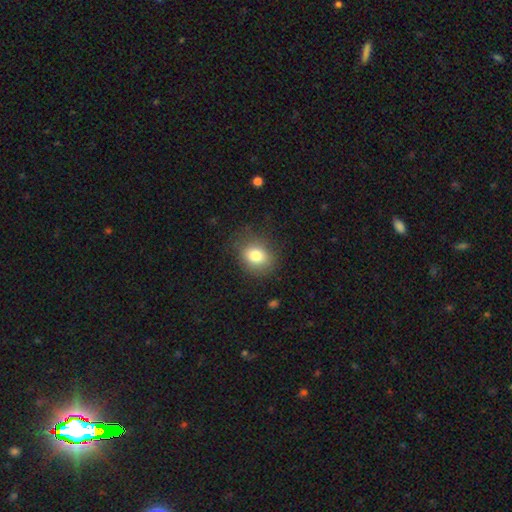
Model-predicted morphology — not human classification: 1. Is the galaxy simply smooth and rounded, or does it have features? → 80% smooth, 11% star or artifact, 9% featured or disk.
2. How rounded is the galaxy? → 59% round, 40% in between, 1% cigar-shaped.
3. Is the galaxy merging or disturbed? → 77% none, 16% minor disturbance, 6% major disturbance, 1% merger.